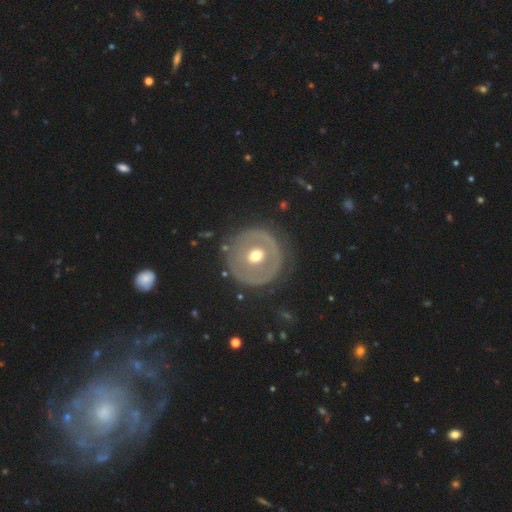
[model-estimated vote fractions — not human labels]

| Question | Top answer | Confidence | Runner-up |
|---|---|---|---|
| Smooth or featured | featured or disk | 55% | smooth (38%) |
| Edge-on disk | no | 94% | yes (6%) |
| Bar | no | 79% | weak (15%) |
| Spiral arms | no | 83% | yes (17%) |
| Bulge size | moderate | 75% | small (14%) |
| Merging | none | 74% | minor disturbance (15%) |